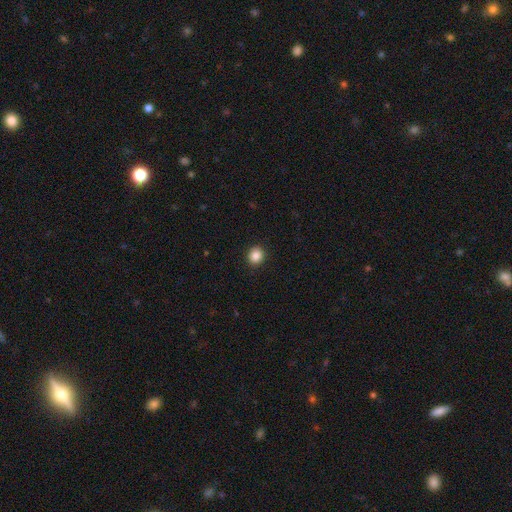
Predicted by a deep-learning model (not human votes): A smooth galaxy with no disk features (87%) that is round (85%). Merging: none (92%).